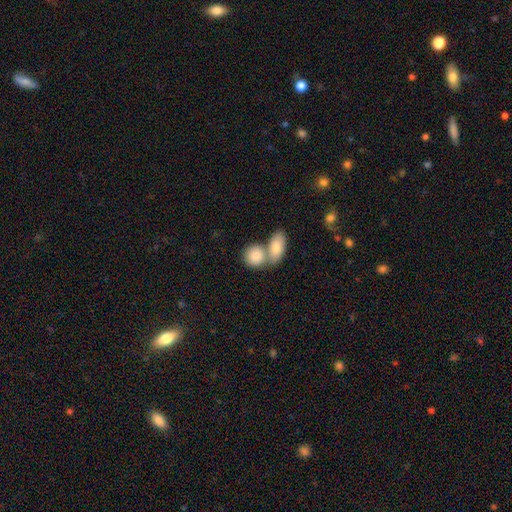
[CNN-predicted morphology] Smooth or featured: smooth — 85% (featured or disk — 10%)
How rounded: round — 52% (in between — 45%)
Merging: merger — 59% (none — 31%)